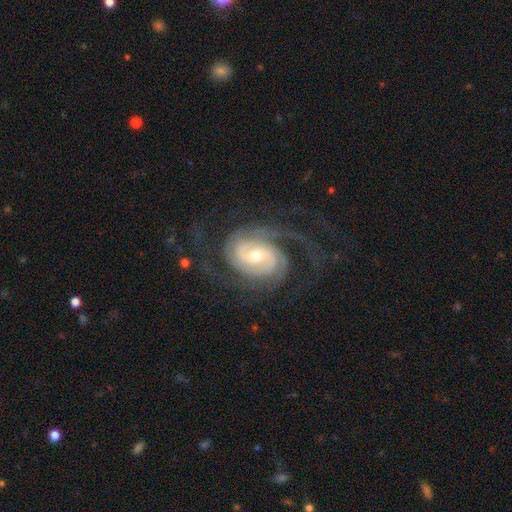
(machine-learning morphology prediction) This is clearly a featured or disk galaxy (92%). It is clearly not viewed edge-on (97%). Bar: marginally no (43%). Spiral arm pattern: clearly yes (98%). Spiral arm count: possibly 2 (50%). Spiral winding: possibly tight (57%). Central bulge: likely moderate (62%). Merging: likely none (68%).